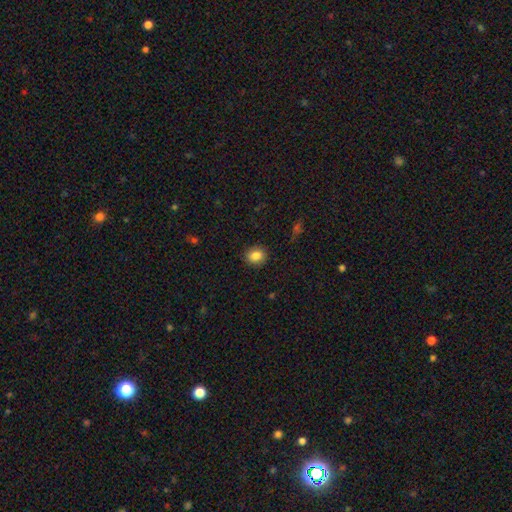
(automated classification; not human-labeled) This is clearly a smooth galaxy (85%). How rounded: likely round (64%). Merging: clearly none (89%).